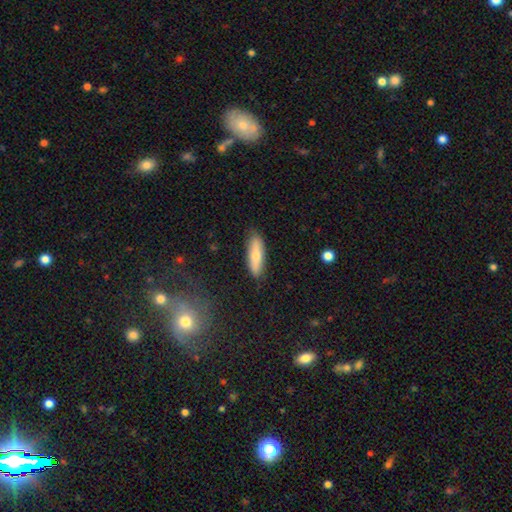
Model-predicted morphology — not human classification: Smooth or featured: smooth — 68% (featured or disk — 26%)
How rounded: cigar-shaped — 58% (in between — 40%)
Merging: none — 87% (minor disturbance — 10%)